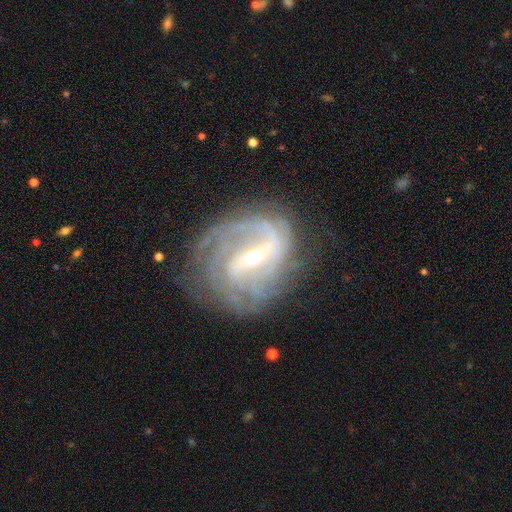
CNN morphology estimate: This is clearly a featured or disk galaxy (88%). It is clearly not viewed edge-on (95%). Bar: likely strong (61%). Spiral arm pattern: clearly yes (94%). Spiral arm count: marginally 2 (32%). Spiral winding: possibly tight (48%). Central bulge: likely small (63%). Merging: likely none (68%).